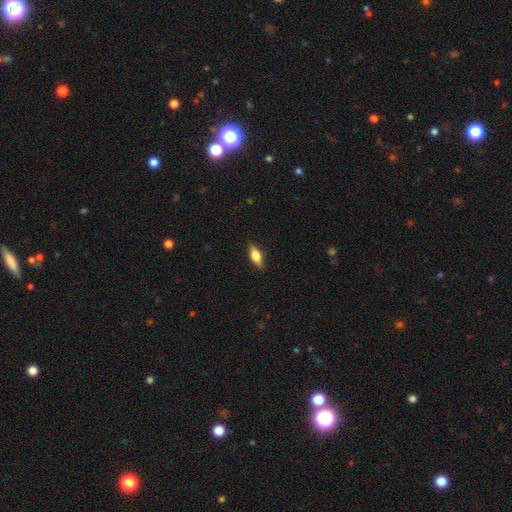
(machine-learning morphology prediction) Q: Smooth or featured?
A: smooth (75%); runner-up: featured or disk (18%)
Q: How rounded?
A: in between (78%); runner-up: cigar-shaped (19%)
Q: Merging?
A: none (86%); runner-up: minor disturbance (11%)